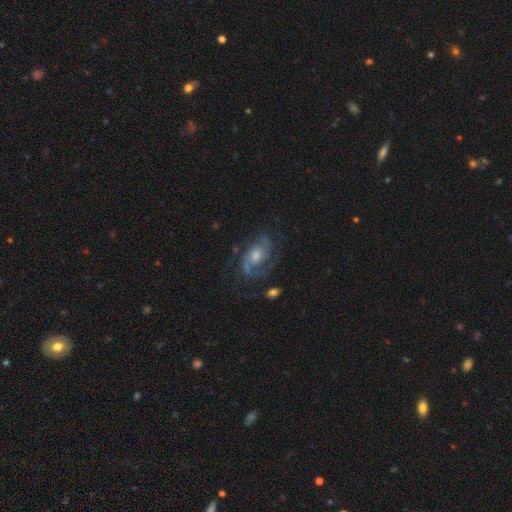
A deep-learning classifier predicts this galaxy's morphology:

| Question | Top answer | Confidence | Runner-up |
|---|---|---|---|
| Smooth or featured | featured or disk | 84% | smooth (8%) |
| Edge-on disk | no | 97% | yes (3%) |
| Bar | no | 59% | weak (34%) |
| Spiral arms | yes | 96% | no (4%) |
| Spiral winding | medium | 51% | tight (33%) |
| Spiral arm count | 2 | 75% | can't tell (9%) |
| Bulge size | moderate | 53% | small (30%) |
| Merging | none | 69% | minor disturbance (17%) |